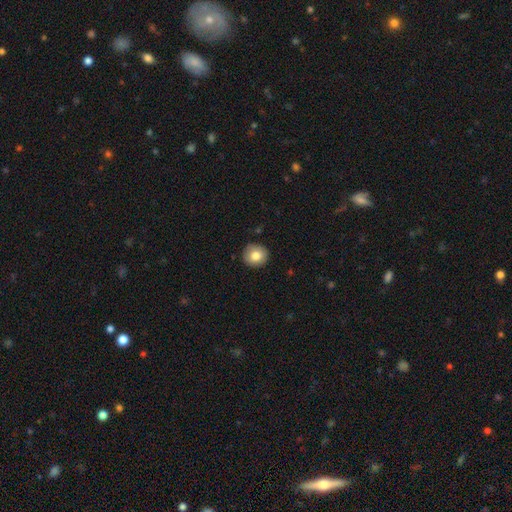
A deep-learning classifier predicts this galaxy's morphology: Smooth or featured?
  - smooth: 82% *
  - featured or disk: 9%
  - star or artifact: 9%
How rounded?
  - round: 89% *
  - in between: 10%
  - cigar-shaped: 1%
Merging?
  - none: 90% *
  - minor disturbance: 7%
  - major disturbance: 2%
  - merger: 1%